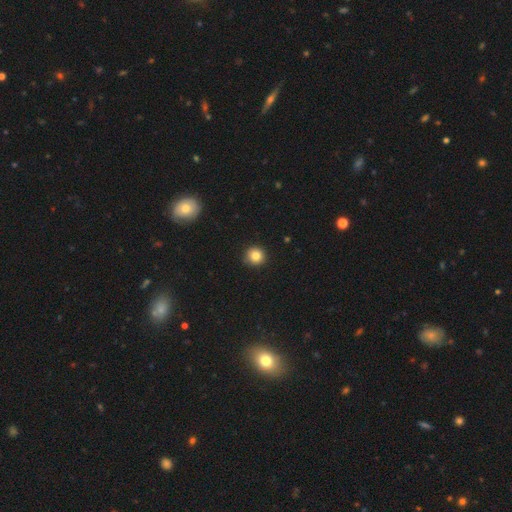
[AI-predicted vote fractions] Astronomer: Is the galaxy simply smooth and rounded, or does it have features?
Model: smooth — 83%.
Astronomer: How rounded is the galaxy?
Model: round — 94%.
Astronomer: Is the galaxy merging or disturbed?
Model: none — 91%.